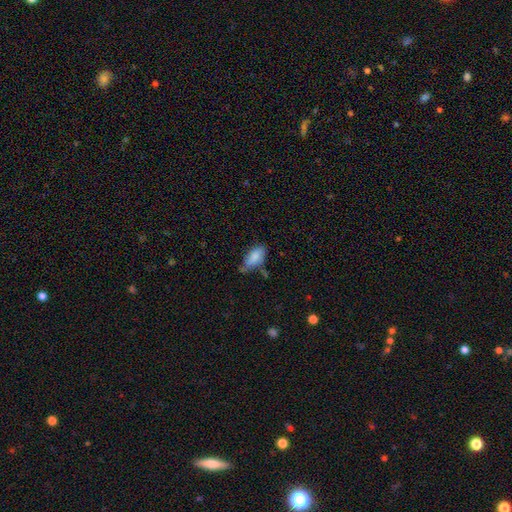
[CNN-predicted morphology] Smooth or featured? Predicted: smooth (p=0.81). How rounded? Predicted: in between (p=0.88). Merging? Predicted: none (p=0.45).